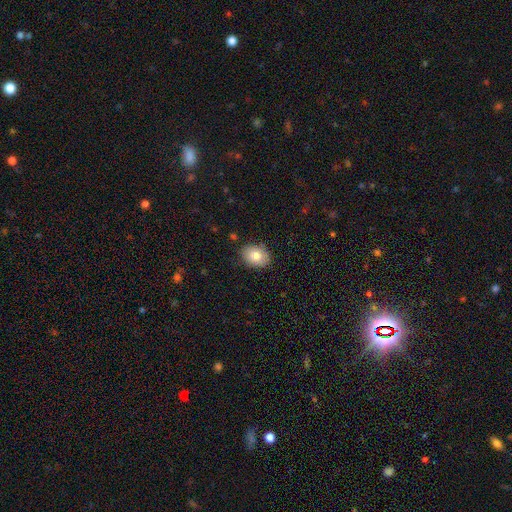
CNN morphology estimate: A smooth galaxy with no disk features (81%) that is in between round and cigar-shaped (66%). Merging: none (85%).